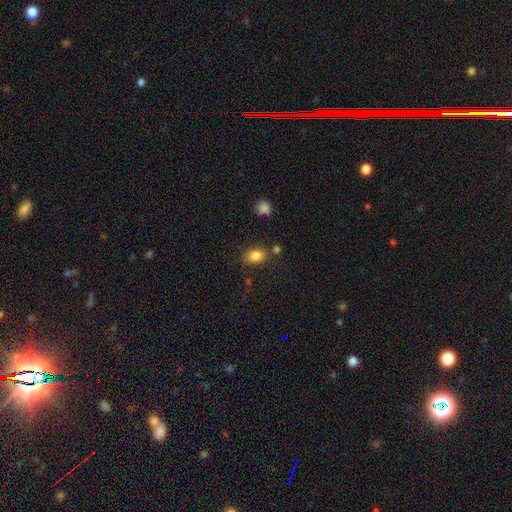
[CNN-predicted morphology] The model was most divided on "how rounded": in between: 69%, round: 29%, cigar-shaped: 1%. More confident: smooth or featured — smooth (85%); merging — none (74%).